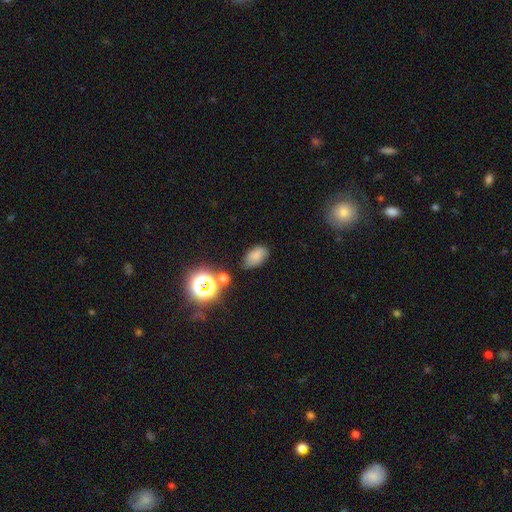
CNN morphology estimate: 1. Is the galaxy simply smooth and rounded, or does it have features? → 71% smooth, 18% star or artifact, 11% featured or disk.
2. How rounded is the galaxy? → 89% in between, 9% round, 2% cigar-shaped.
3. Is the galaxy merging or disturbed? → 69% none, 20% minor disturbance, 6% major disturbance, 4% merger.